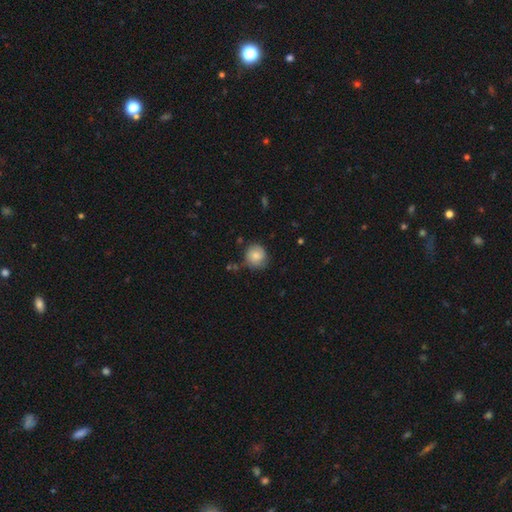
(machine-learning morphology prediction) Q: Smooth or featured?
A: smooth (75%); runner-up: featured or disk (17%)
Q: How rounded?
A: round (88%); runner-up: in between (11%)
Q: Merging?
A: none (72%); runner-up: minor disturbance (21%)